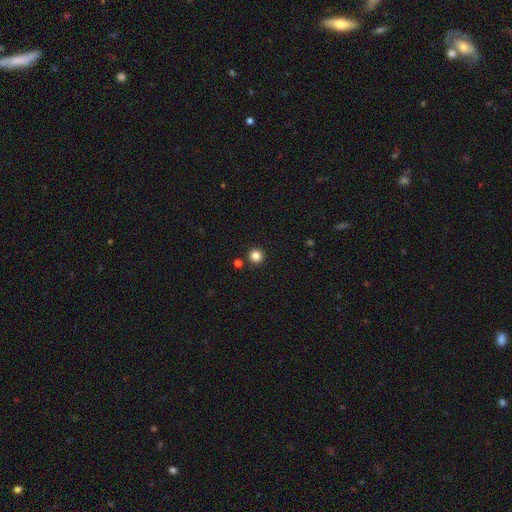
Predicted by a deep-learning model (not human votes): Smooth or featured?
  - smooth: 84% *
  - star or artifact: 13%
  - featured or disk: 4%
How rounded?
  - round: 96% *
  - in between: 3%
  - cigar-shaped: 1%
Merging?
  - none: 91% *
  - minor disturbance: 4%
  - merger: 3%
  - major disturbance: 2%